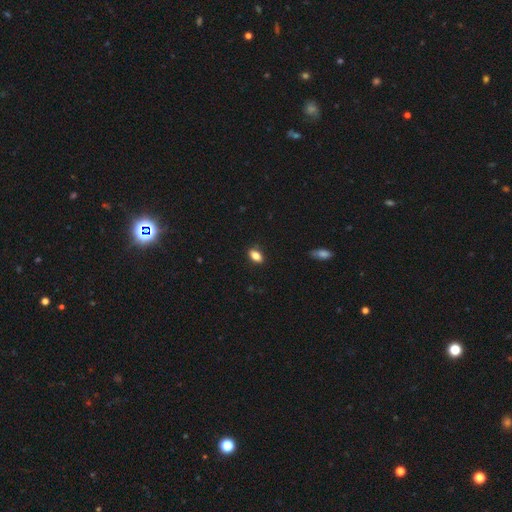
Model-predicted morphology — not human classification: The model was most divided on "smooth or featured": smooth: 84%, star or artifact: 9%, featured or disk: 8%. More confident: how rounded — in between (88%); merging — none (87%).